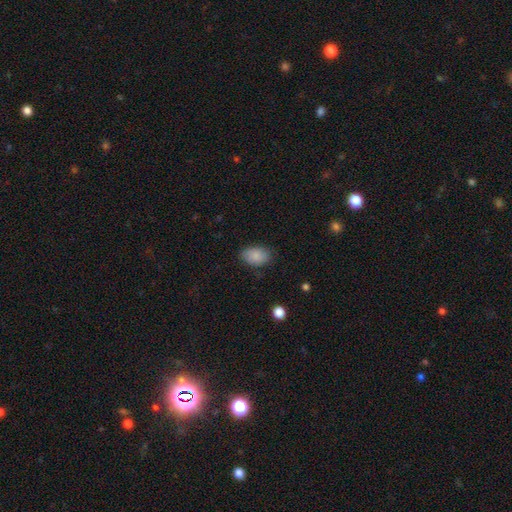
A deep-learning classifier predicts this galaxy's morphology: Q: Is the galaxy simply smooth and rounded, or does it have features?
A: smooth — 87%.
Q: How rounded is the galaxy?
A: in between — 88%.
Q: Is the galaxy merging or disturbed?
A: none — 80%.